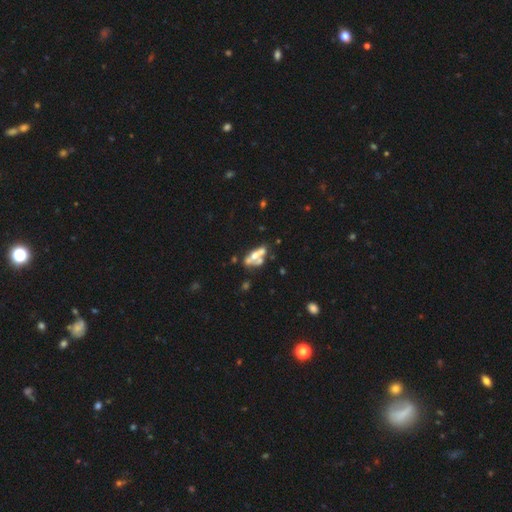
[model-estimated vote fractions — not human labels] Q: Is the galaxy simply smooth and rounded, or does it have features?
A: featured or disk — 51%.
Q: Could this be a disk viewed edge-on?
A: no — 58%.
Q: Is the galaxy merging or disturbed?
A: merger — 41%.